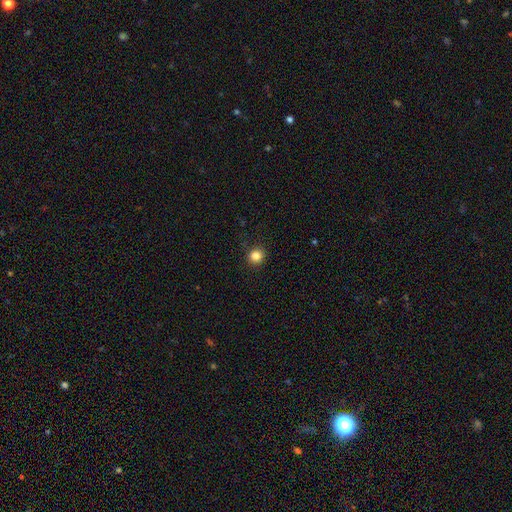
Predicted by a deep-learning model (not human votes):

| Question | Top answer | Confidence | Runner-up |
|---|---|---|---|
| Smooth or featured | smooth | 84% | star or artifact (12%) |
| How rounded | round | 91% | in between (9%) |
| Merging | none | 91% | minor disturbance (6%) |